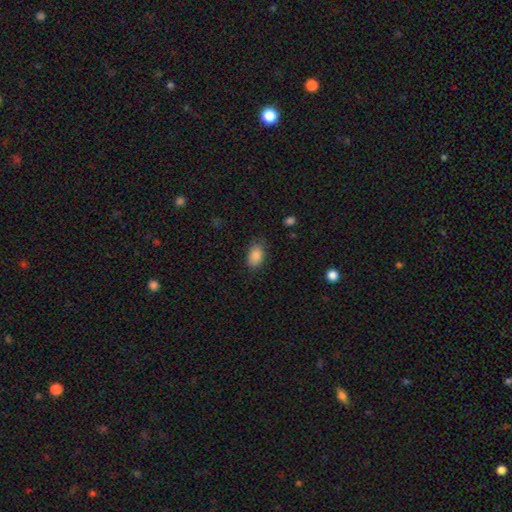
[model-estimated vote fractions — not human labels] Smooth or featured? Predicted: smooth (p=0.88). How rounded? Predicted: in between (p=0.88). Merging? Predicted: none (p=0.77).